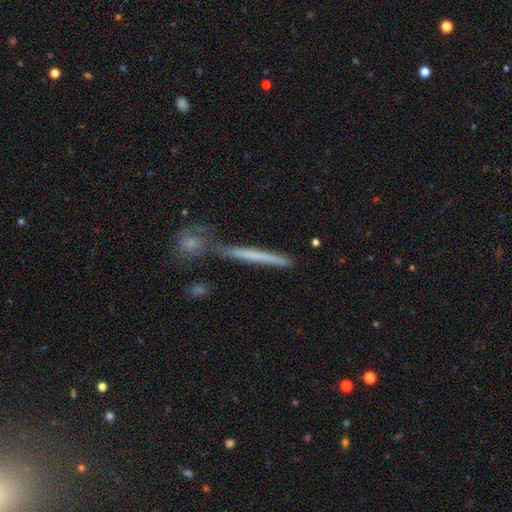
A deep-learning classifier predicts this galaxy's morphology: type=smooth (52%); roundness=cigar-shaped (95%); merging=none (75%).